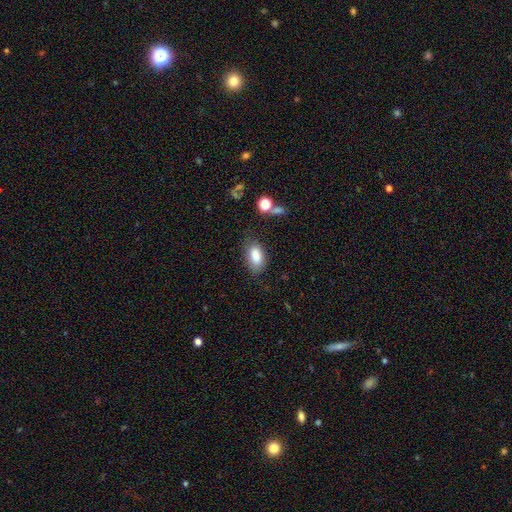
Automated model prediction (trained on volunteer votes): smooth_or_featured: smooth (p=0.85) [alt: star or artifact p=0.08]
how_rounded: in between (p=0.91) [alt: round p=0.05]
merging: none (p=0.74) [alt: minor disturbance p=0.18]